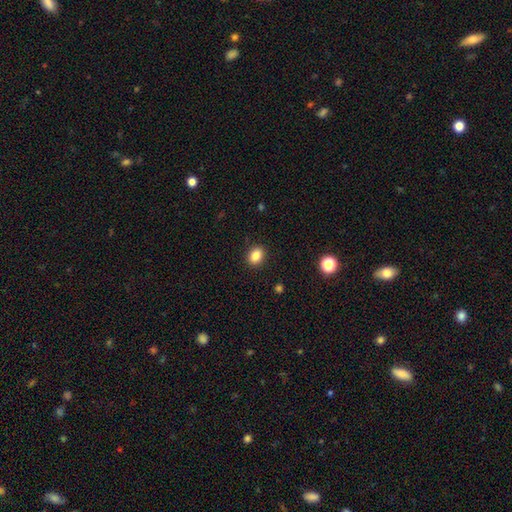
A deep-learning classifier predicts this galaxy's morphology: smooth 84%, star or artifact 10%, featured or disk 6%. Down the decision tree: how rounded — in between (60%); merging — none (90%).